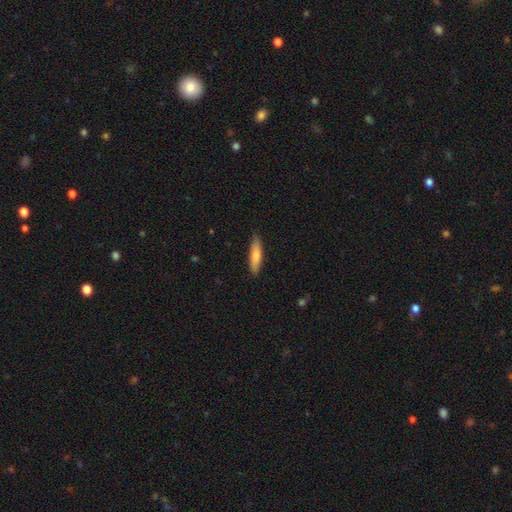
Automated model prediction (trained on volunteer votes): smooth_or_featured: smooth (p=0.76) [alt: featured or disk p=0.19]
how_rounded: cigar-shaped (p=0.77) [alt: in between p=0.22]
merging: none (p=0.86) [alt: minor disturbance p=0.11]